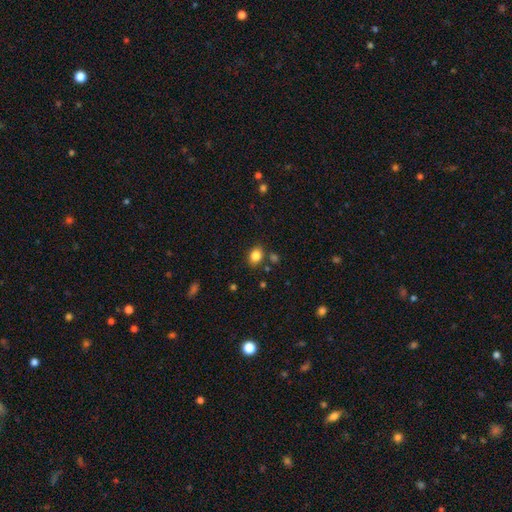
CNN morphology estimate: Q: Smooth or featured?
A: smooth (84%); runner-up: star or artifact (11%)
Q: How rounded?
A: in between (62%); runner-up: round (37%)
Q: Merging?
A: none (80%); runner-up: minor disturbance (11%)